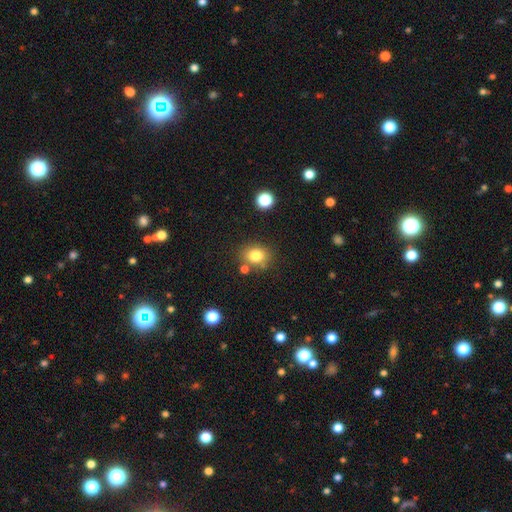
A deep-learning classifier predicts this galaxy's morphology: Overall: smooth (79%). How rounded: round (58%; in between 41%). Merging: none (74%).